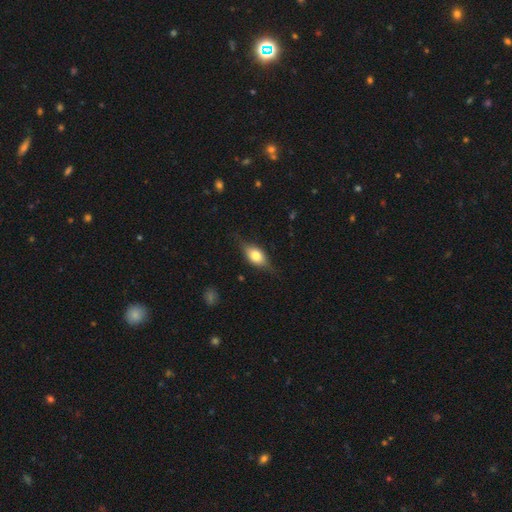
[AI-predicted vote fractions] A smooth galaxy with no disk features (61%) that is in between round and cigar-shaped (80%).

Vote fractions:
- Smooth or featured? smooth: 61% / featured or disk: 32% / star or artifact: 7%
- How rounded? in between: 80% / cigar-shaped: 10% / round: 10%
- Merging? none: 72% / minor disturbance: 21% / major disturbance: 6% / merger: 1%